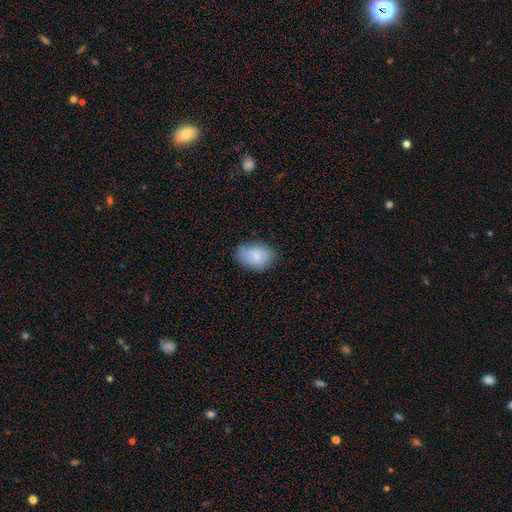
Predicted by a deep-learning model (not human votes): Morphology: type=smooth (84%); roundness=in between (87%); merging=none (77%).